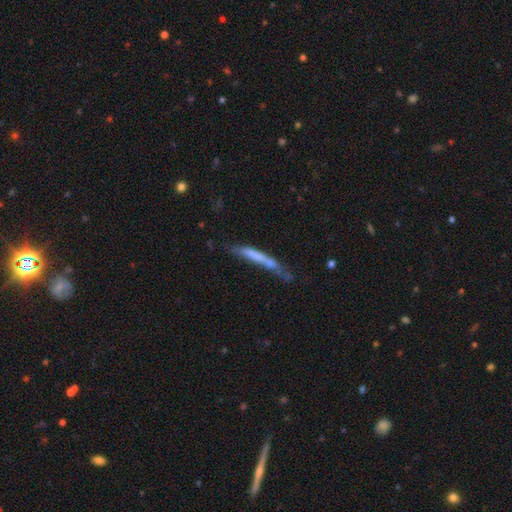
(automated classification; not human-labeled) Smooth or featured? Predicted: smooth (p=0.56). How rounded? Predicted: cigar-shaped (p=0.93). Merging? Predicted: none (p=0.42).